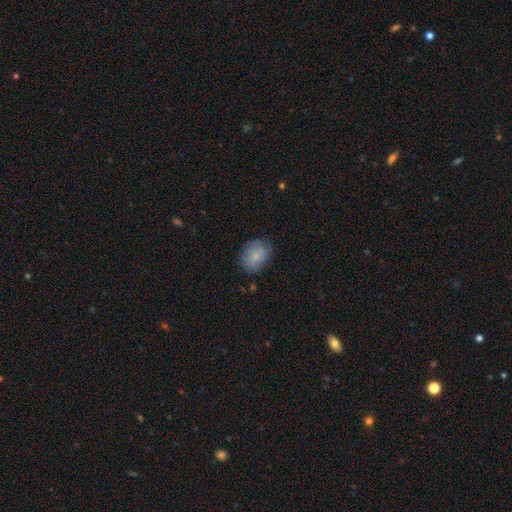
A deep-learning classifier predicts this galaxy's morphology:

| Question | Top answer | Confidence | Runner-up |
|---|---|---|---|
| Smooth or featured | smooth | 78% | featured or disk (14%) |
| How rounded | in between | 61% | round (38%) |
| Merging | none | 75% | minor disturbance (19%) |